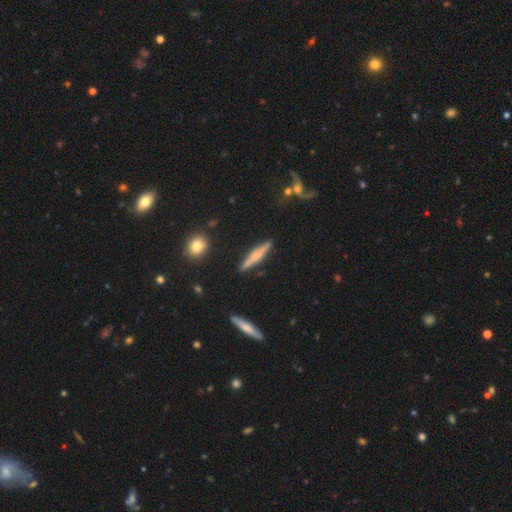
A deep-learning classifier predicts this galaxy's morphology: smooth-or-featured: featured or disk: 54% | smooth: 39% | star or artifact: 7%
  disk-edge-on: yes: 96% | no: 4%
    edge-on-bulge: rounded: 59% | boxy: 23% | none: 18%
  merging: none: 87% | minor disturbance: 9% | merger: 2% | major disturbance: 2%